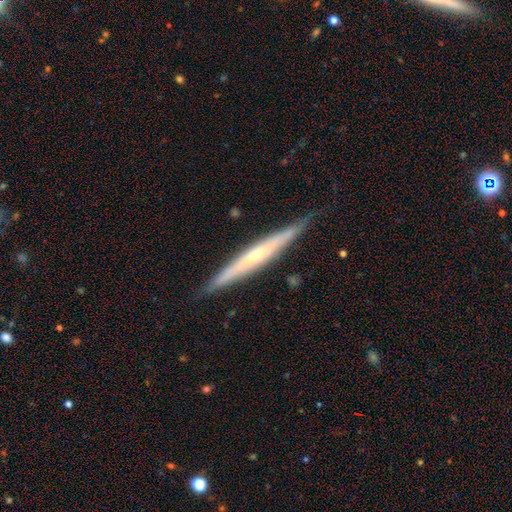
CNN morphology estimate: Q: Smooth or featured?
A: featured or disk (64%); runner-up: smooth (31%)
Q: Edge-on disk?
A: yes (95%); runner-up: no (5%)
Q: Edge-on bulge?
A: none (46%); tied with: rounded (46%)
Q: Merging?
A: none (84%); runner-up: minor disturbance (12%)